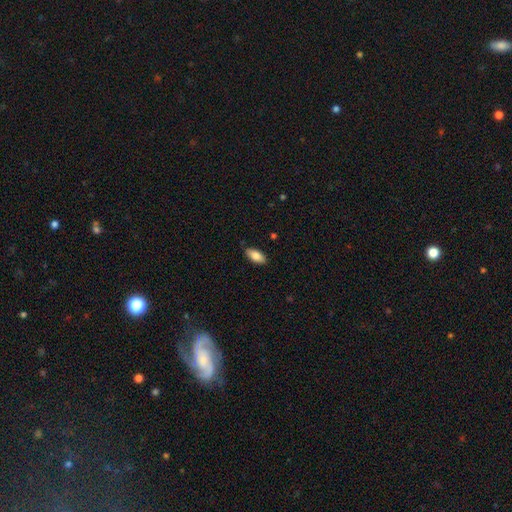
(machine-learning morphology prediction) Smooth or featured: smooth — 83% (featured or disk — 11%)
How rounded: in between — 88% (cigar-shaped — 9%)
Merging: none — 86% (minor disturbance — 11%)